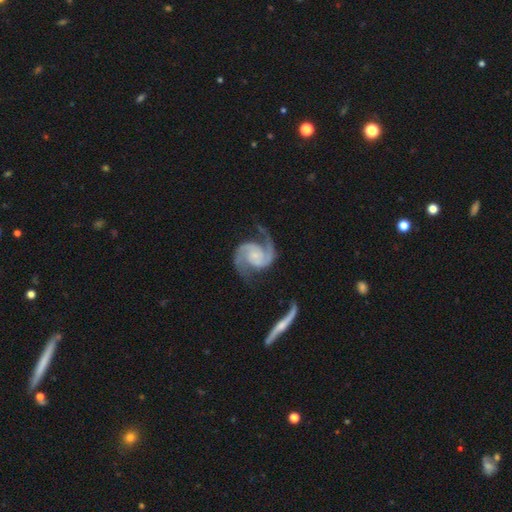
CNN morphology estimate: Smooth or featured: featured or disk — 93% (star or artifact — 4%)
Edge-on disk: no — 98% (yes — 2%)
Bar: no — 65% (weak — 26%)
Spiral arms: yes — 99% (no — 1%)
Spiral winding: medium — 59% (tight — 23%)
Spiral arm count: 2 — 94% (can't tell — 1%)
Bulge size: small — 56% (none — 20%)
Merging: none — 72% (minor disturbance — 16%)